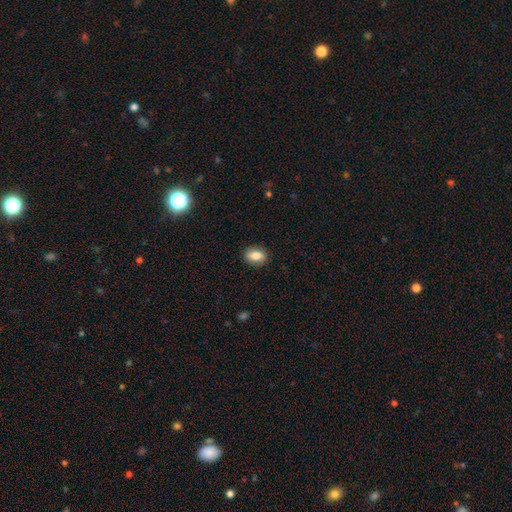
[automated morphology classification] A smooth galaxy with no disk features (80%) that is in between round and cigar-shaped (77%).

Vote fractions:
- Smooth or featured? smooth: 80% / featured or disk: 11% / star or artifact: 8%
- How rounded? in between: 77% / round: 21% / cigar-shaped: 2%
- Merging? none: 87% / minor disturbance: 10% / major disturbance: 2% / merger: 1%